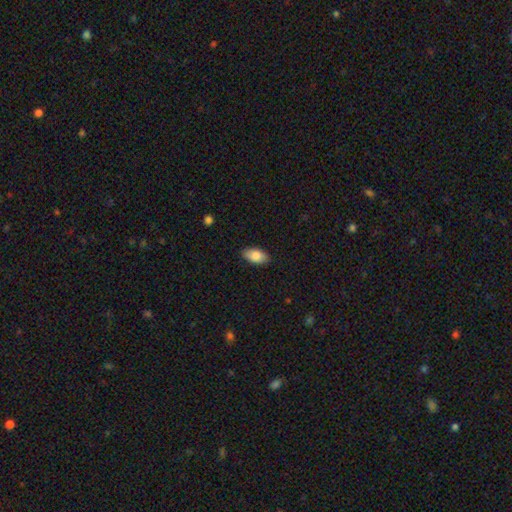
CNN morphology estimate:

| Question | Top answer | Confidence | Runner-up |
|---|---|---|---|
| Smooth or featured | smooth | 85% | featured or disk (8%) |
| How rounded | in between | 94% | round (3%) |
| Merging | none | 88% | minor disturbance (9%) |